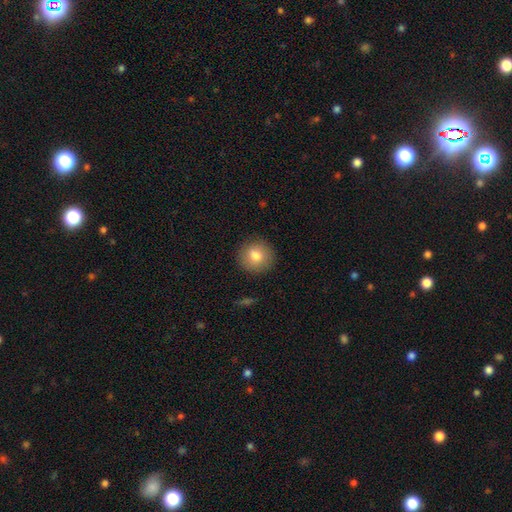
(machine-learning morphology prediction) smooth-or-featured: smooth: 79% | featured or disk: 12% | star or artifact: 9%
  how-rounded: round: 91% | in between: 8% | cigar-shaped: 1%
  merging: none: 89% | minor disturbance: 7% | major disturbance: 2% | merger: 1%